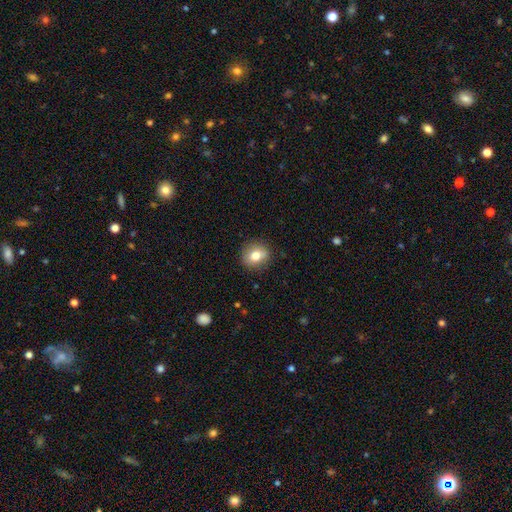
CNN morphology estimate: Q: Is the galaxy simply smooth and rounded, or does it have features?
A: smooth — 76%.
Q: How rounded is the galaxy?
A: round — 79%.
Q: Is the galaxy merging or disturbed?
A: none — 87%.